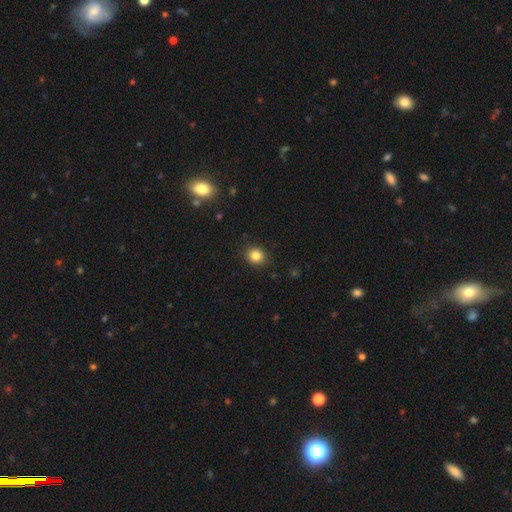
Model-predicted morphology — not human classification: This is clearly a smooth galaxy (84%). How rounded: clearly round (80%). Merging: clearly none (90%).